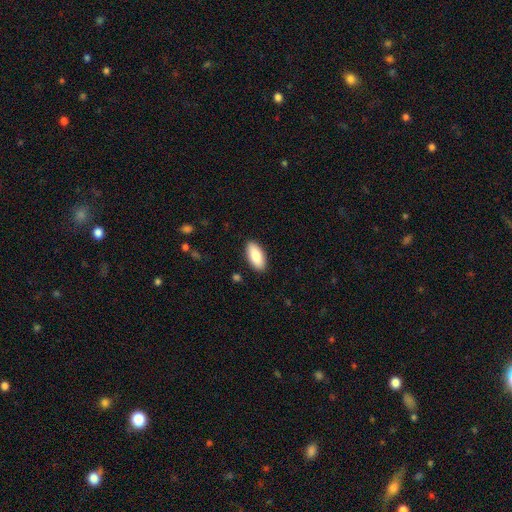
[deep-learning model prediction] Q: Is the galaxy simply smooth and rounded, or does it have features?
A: smooth — 85%.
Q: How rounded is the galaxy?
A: in between — 90%.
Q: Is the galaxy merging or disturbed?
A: none — 89%.